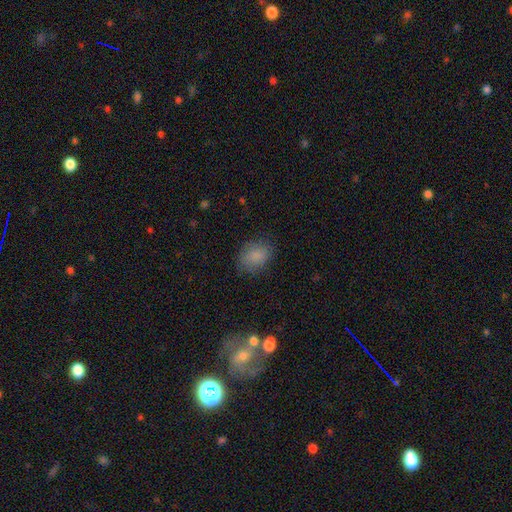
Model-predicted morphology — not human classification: This appears to be a smooth galaxy with no disk features (84%) that is in between round and cigar-shaped (67%). Merging: none (79%).